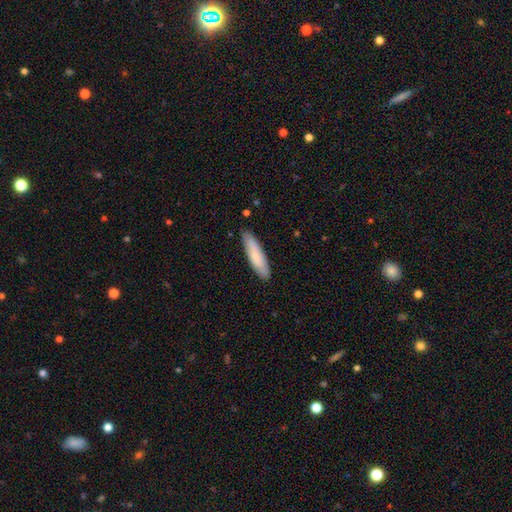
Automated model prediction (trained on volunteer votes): smooth_or_featured: smooth (p=0.77) [alt: featured or disk p=0.17]
how_rounded: cigar-shaped (p=0.74) [alt: in between p=0.24]
merging: none (p=0.86) [alt: minor disturbance p=0.11]